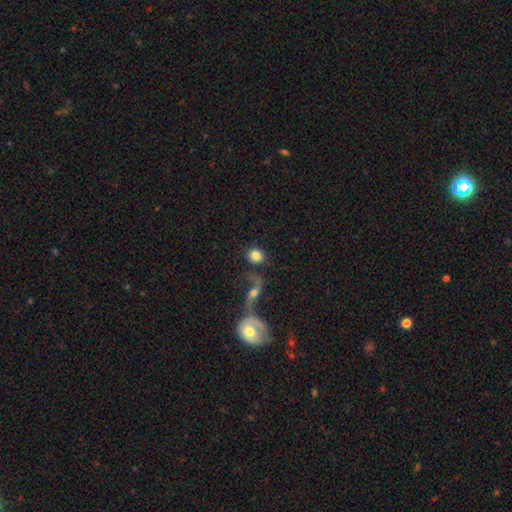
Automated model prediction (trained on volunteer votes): A smooth galaxy with no disk features (78%) that is round (73%). Merging: none (61%).